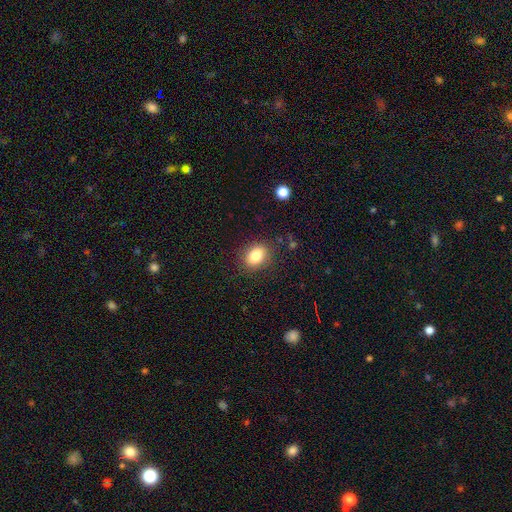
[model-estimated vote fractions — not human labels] Q: Smooth or featured?
A: smooth (83%); runner-up: star or artifact (9%)
Q: How rounded?
A: in between (68%); runner-up: round (30%)
Q: Merging?
A: none (85%); runner-up: minor disturbance (11%)